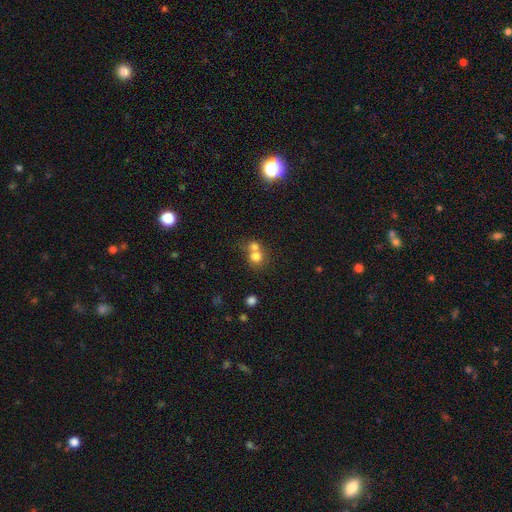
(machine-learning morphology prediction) Smooth or featured? Predicted: smooth (p=0.74). How rounded? Predicted: round (p=0.82). Merging? Predicted: merger (p=0.60).